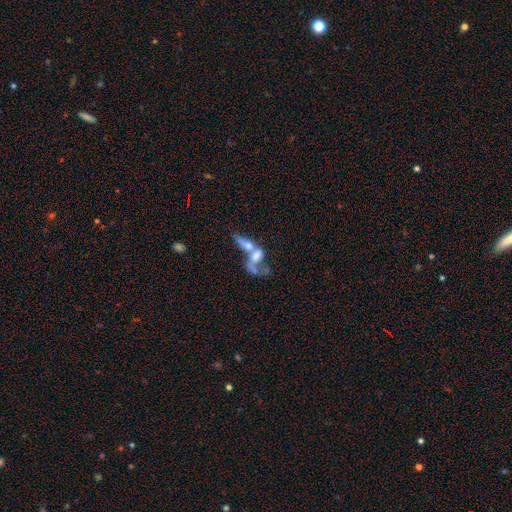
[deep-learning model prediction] Smooth or featured? Predicted: featured or disk (p=0.47). Merging? Predicted: merger (p=0.70).